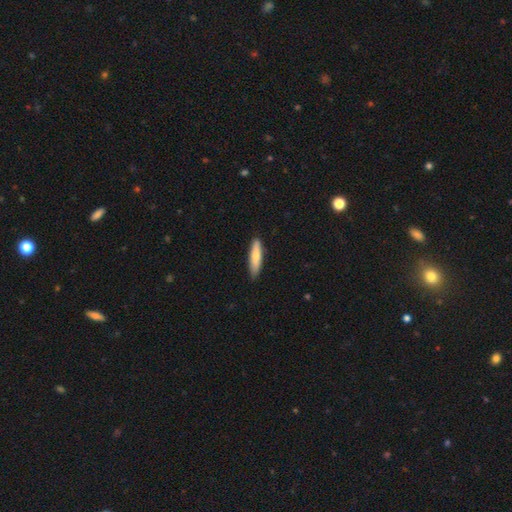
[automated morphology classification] Q: Smooth or featured?
A: smooth (72%); runner-up: featured or disk (22%)
Q: How rounded?
A: cigar-shaped (77%); runner-up: in between (22%)
Q: Merging?
A: none (87%); runner-up: minor disturbance (11%)